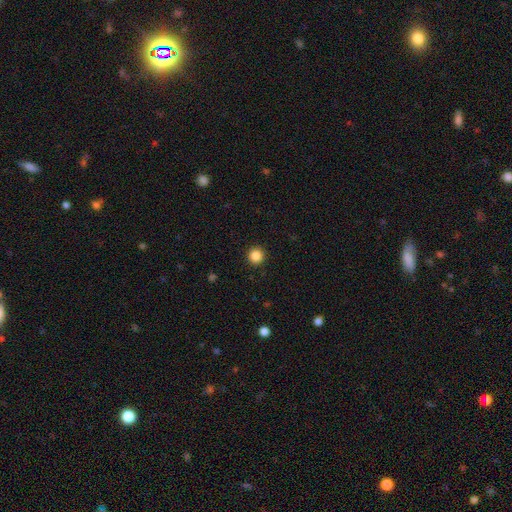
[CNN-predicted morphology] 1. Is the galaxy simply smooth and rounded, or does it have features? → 85% smooth, 11% star or artifact, 4% featured or disk.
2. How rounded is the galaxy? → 95% round, 4% in between, 1% cigar-shaped.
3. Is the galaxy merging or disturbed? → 93% none, 4% minor disturbance, 2% major disturbance, 1% merger.